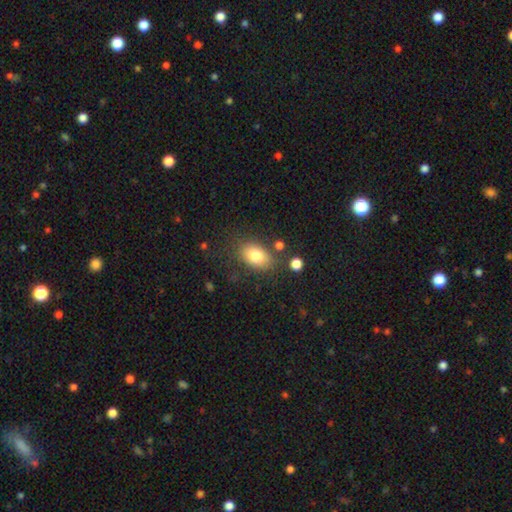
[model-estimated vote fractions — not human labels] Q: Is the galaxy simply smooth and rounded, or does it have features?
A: smooth — 80%.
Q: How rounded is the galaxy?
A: in between — 81%.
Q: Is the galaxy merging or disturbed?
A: none — 75%.